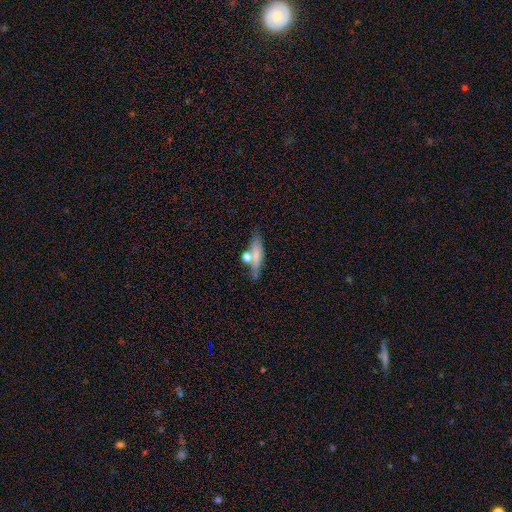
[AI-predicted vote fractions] The model was most divided on "how rounded": cigar-shaped: 56%, in between: 38%, round: 6%. More confident: smooth or featured — smooth (66%); merging — none (63%).